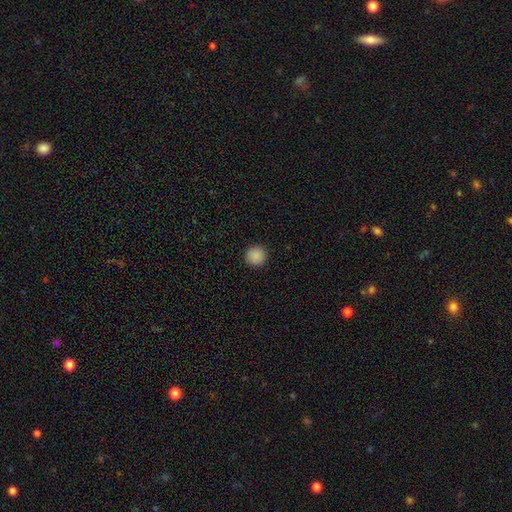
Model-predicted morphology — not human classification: A smooth galaxy with no disk features (89%) that is round (95%).

Vote fractions:
- Smooth or featured? smooth: 89% / star or artifact: 9% / featured or disk: 2%
- How rounded? round: 95% / in between: 4% / cigar-shaped: 1%
- Merging? none: 93% / minor disturbance: 4% / major disturbance: 2% / merger: 1%